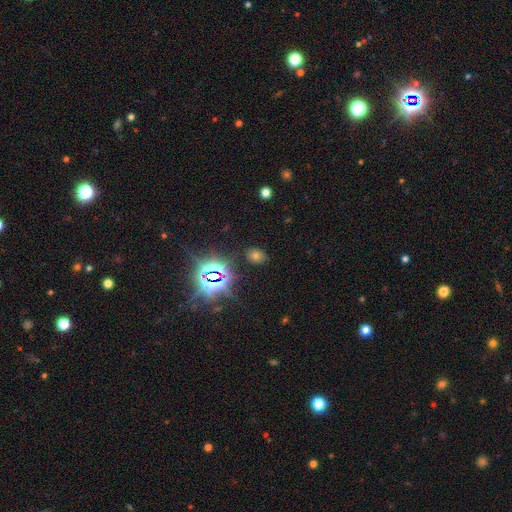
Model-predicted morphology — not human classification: type=smooth (45%); merging=none (83%).